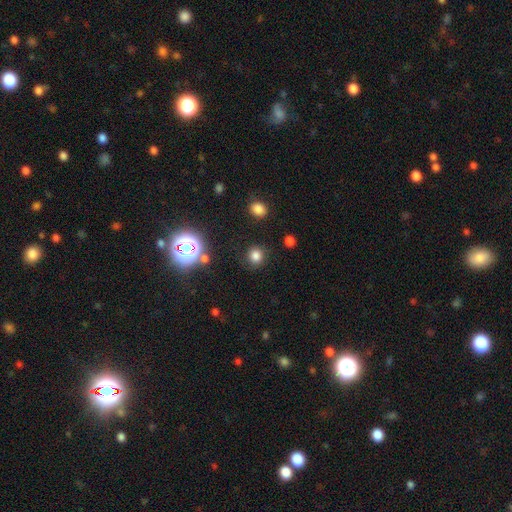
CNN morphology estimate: This is likely a smooth galaxy (77%). How rounded: clearly round (87%). Merging: clearly none (87%).